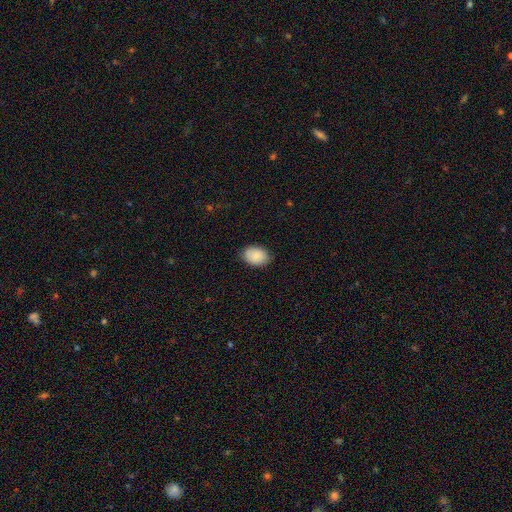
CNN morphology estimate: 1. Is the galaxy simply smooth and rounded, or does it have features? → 88% smooth, 7% star or artifact, 6% featured or disk.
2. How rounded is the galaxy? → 80% in between, 19% round, 1% cigar-shaped.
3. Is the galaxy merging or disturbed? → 84% none, 12% minor disturbance, 2% major disturbance, 1% merger.